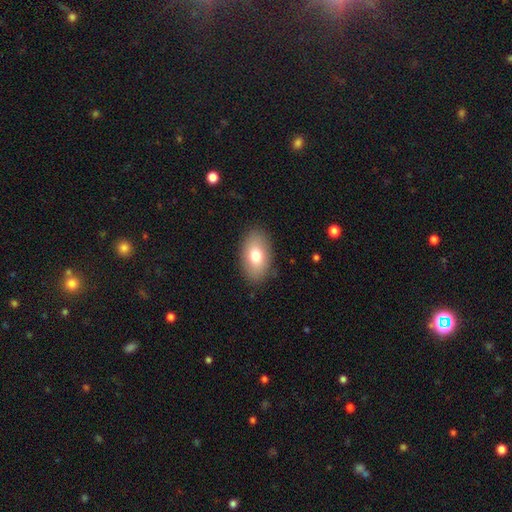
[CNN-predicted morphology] Overall: smooth (75%). How rounded: in between (92%). Merging: none (87%).